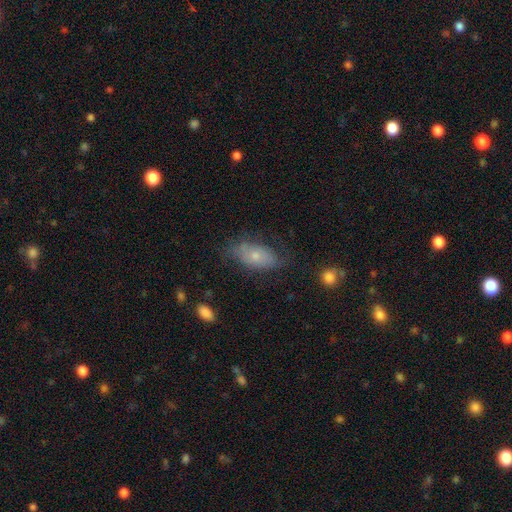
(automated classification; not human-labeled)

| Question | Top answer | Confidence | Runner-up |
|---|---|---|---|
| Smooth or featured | smooth | 63% | featured or disk (29%) |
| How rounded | in between | 88% | cigar-shaped (7%) |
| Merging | none | 59% | minor disturbance (27%) |